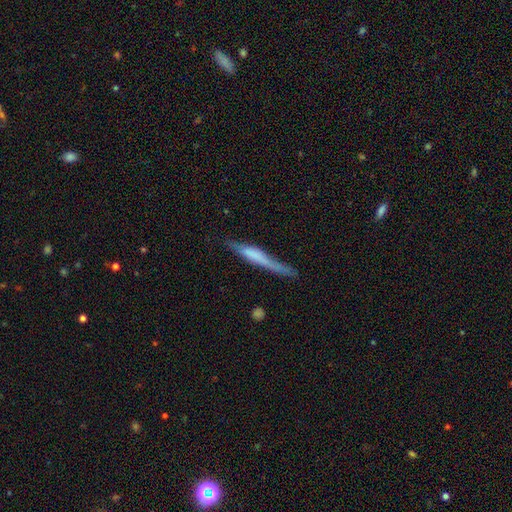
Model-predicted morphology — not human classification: Smooth or featured? Predicted: smooth (p=0.51). How rounded? Predicted: cigar-shaped (p=0.93). Merging? Predicted: none (p=0.55).